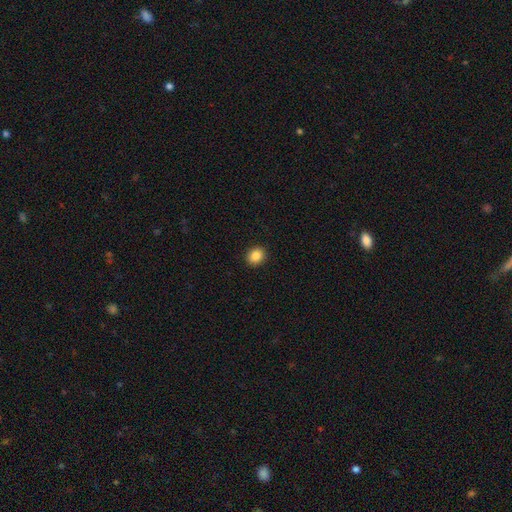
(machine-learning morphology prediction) smooth_or_featured: smooth (p=0.87) [alt: star or artifact p=0.09]
how_rounded: round (p=0.71) [alt: in between p=0.28]
merging: none (p=0.92) [alt: minor disturbance p=0.05]